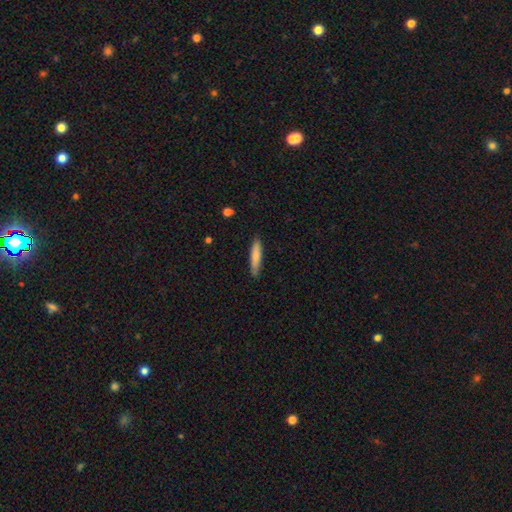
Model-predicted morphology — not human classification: A smooth galaxy with no disk features (79%) that is cigar-shaped (87%).

Vote fractions:
- Smooth or featured? smooth: 79% / featured or disk: 15% / star or artifact: 6%
- How rounded? cigar-shaped: 87% / in between: 12% / round: 1%
- Merging? none: 86% / minor disturbance: 11% / major disturbance: 2% / merger: 1%